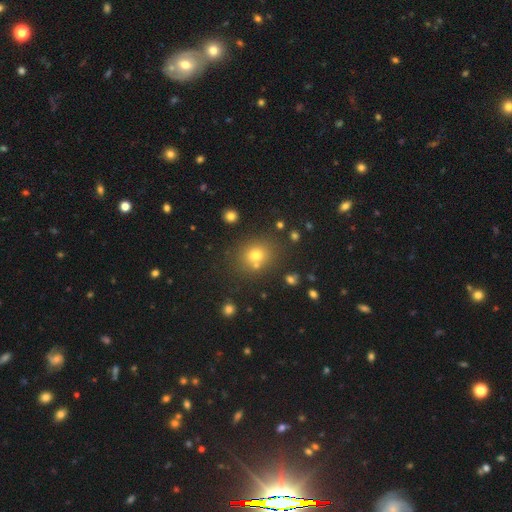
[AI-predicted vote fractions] Smooth or featured: smooth — 72% (star or artifact — 18%)
How rounded: round — 72% (in between — 27%)
Merging: none — 72% (merger — 14%)